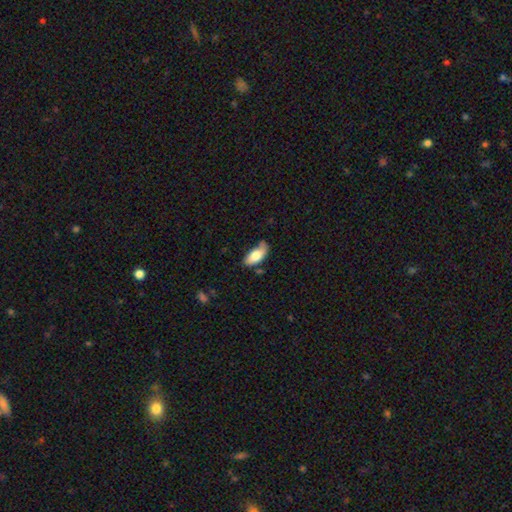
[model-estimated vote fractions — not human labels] smooth 73%, featured or disk 20%, star or artifact 6%. Down the decision tree: how rounded — in between (90%); merging — none (55%).